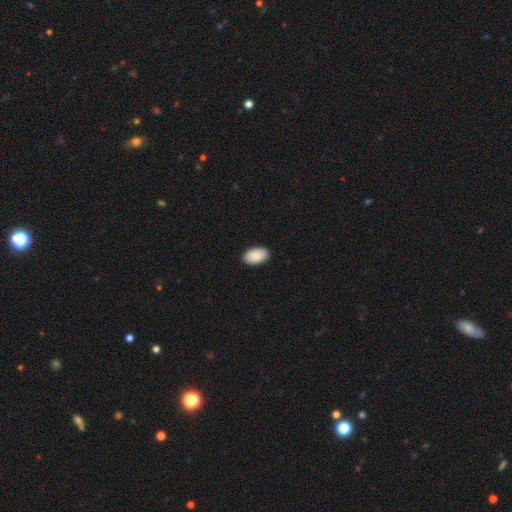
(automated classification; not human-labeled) This is clearly a smooth galaxy (88%). How rounded: clearly in between (94%). Merging: clearly none (90%).